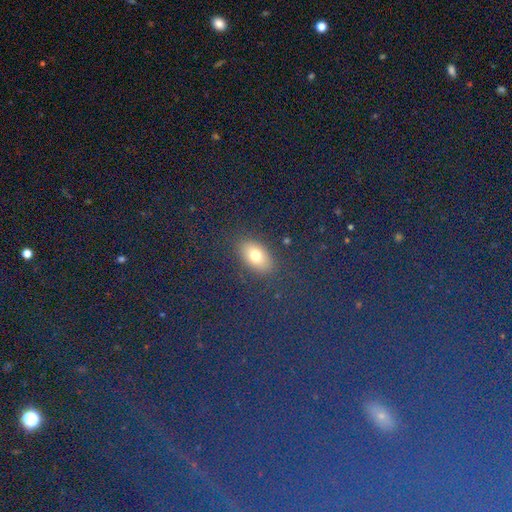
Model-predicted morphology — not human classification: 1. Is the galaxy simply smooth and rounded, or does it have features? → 70% smooth, 17% star or artifact, 12% featured or disk.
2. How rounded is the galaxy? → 79% in between, 16% round, 4% cigar-shaped.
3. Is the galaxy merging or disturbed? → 85% none, 9% minor disturbance, 4% major disturbance, 2% merger.